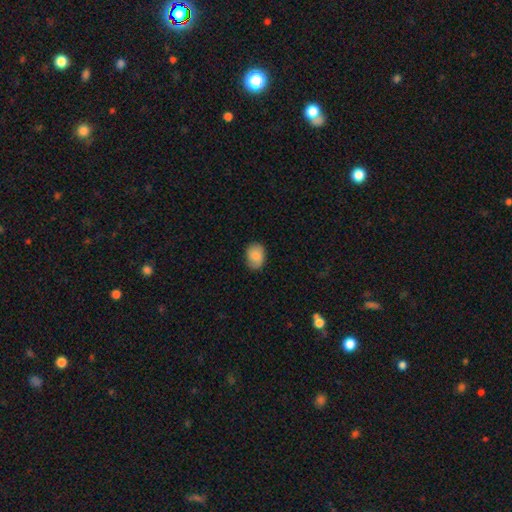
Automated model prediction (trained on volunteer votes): A smooth galaxy with no disk features (83%) that is in between round and cigar-shaped (68%). Merging: none (81%).